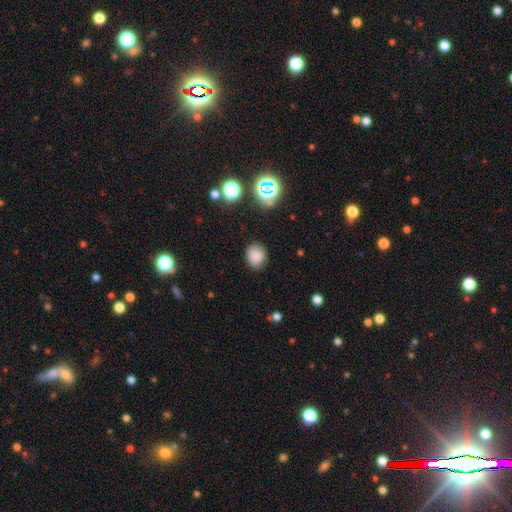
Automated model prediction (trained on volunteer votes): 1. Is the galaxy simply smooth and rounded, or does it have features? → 81% smooth, 13% star or artifact, 6% featured or disk.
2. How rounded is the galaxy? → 63% round, 36% in between, 1% cigar-shaped.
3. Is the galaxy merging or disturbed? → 81% none, 14% minor disturbance, 3% major disturbance, 1% merger.